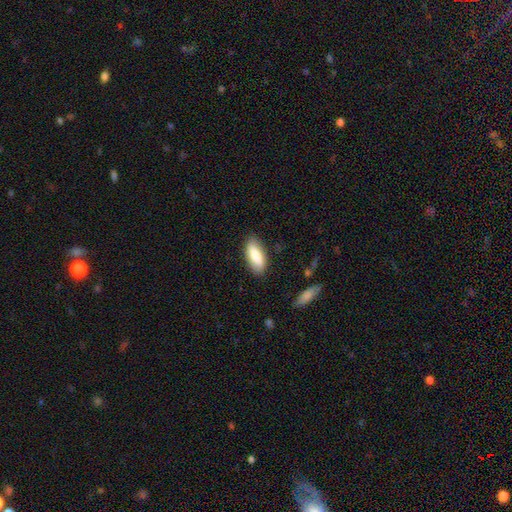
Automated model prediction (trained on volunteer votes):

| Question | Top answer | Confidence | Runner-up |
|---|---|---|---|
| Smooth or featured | smooth | 79% | featured or disk (15%) |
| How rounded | in between | 78% | cigar-shaped (20%) |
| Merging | none | 82% | minor disturbance (14%) |